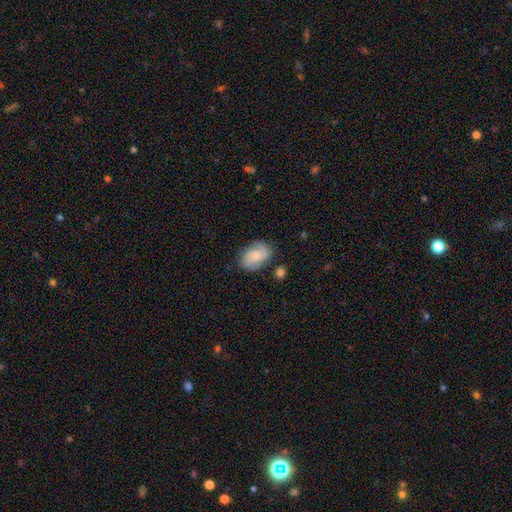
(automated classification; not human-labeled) A smooth galaxy with no disk features (54%) that is in between round and cigar-shaped (82%). Merging: none (72%).